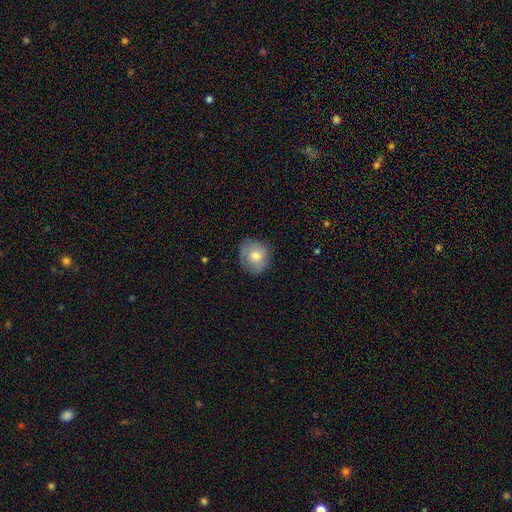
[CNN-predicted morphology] The model was most divided on "smooth or featured": smooth: 63%, featured or disk: 29%, star or artifact: 8%. More confident: how rounded — round (79%); merging — none (73%).